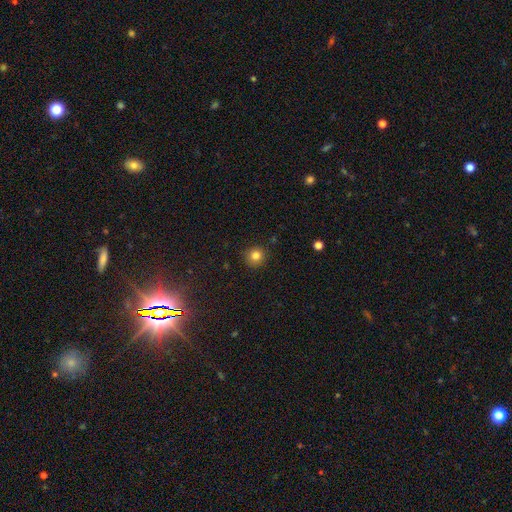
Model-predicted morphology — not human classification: Smooth or featured?
  - smooth: 81% *
  - star or artifact: 13%
  - featured or disk: 6%
How rounded?
  - round: 93% *
  - in between: 7%
  - cigar-shaped: 1%
Merging?
  - none: 90% *
  - minor disturbance: 7%
  - major disturbance: 2%
  - merger: 1%